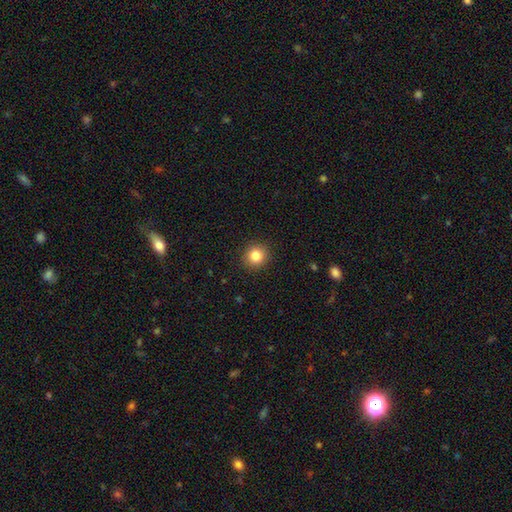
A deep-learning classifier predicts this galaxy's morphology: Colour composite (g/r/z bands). It shows a smooth galaxy with no disk features (83%) that is round (89%). Merging: none (91%).